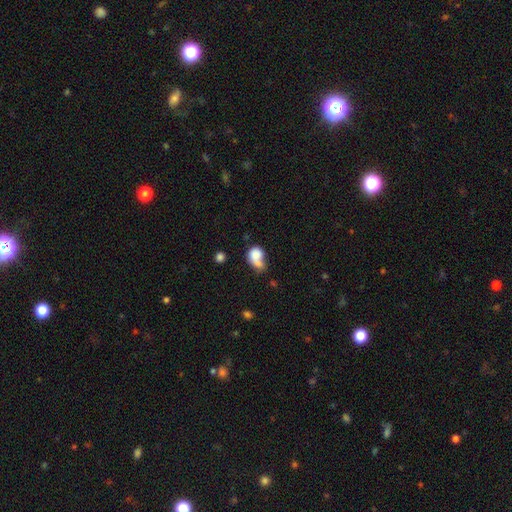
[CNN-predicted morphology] The model was most divided on "how rounded": in between: 52%, round: 46%, cigar-shaped: 2%. Remaining: smooth or featured — smooth (75%); merging — merger (35%).